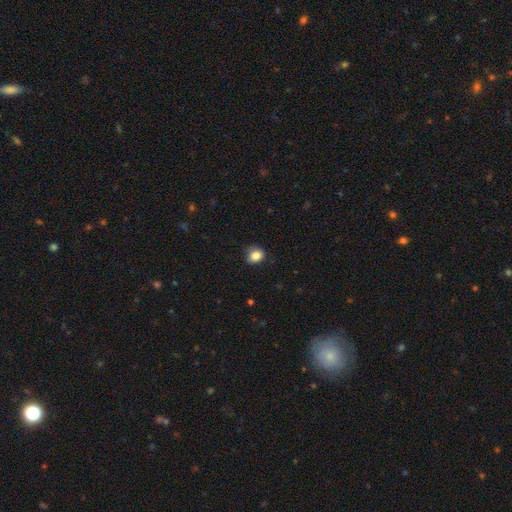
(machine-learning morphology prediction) type=smooth (85%); roundness=round (56%); merging=none (78%).